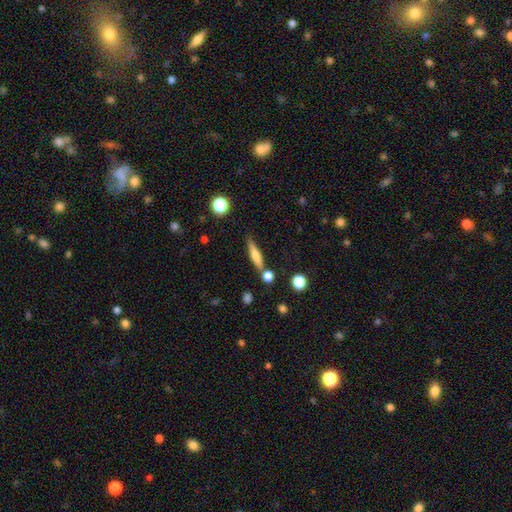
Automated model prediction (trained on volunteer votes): The model was most divided on "smooth or featured": smooth: 61%, featured or disk: 32%, star or artifact: 8%. More confident: how rounded — cigar-shaped (83%); merging — none (72%).